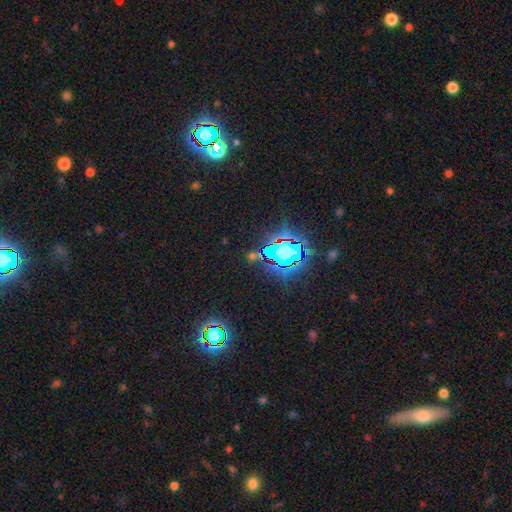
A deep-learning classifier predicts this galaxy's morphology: This appears to be a star or artifact, not a galaxy (76%).